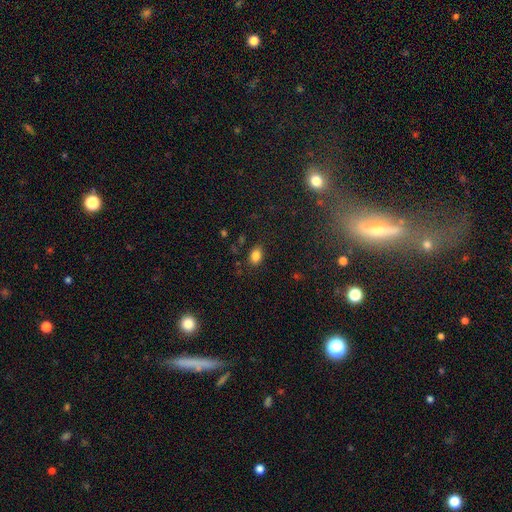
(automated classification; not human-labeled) smooth_or_featured: smooth (p=0.84) [alt: star or artifact p=0.11]
how_rounded: in between (p=0.78) [alt: round p=0.20]
merging: none (p=0.82) [alt: minor disturbance p=0.13]